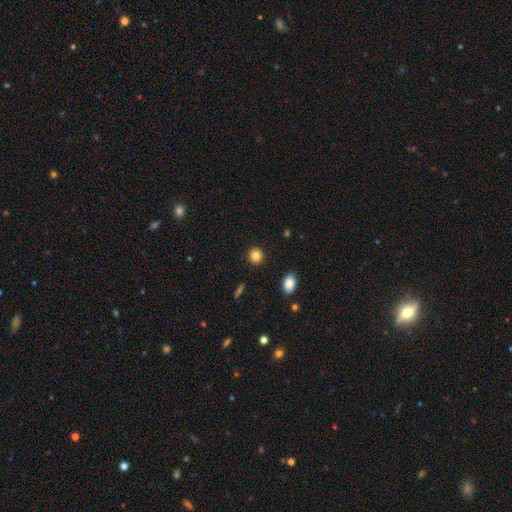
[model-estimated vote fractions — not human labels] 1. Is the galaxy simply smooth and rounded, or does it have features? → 84% smooth, 10% star or artifact, 6% featured or disk.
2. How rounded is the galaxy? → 86% round, 13% in between, 1% cigar-shaped.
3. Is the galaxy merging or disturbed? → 91% none, 6% minor disturbance, 2% major disturbance, 2% merger.